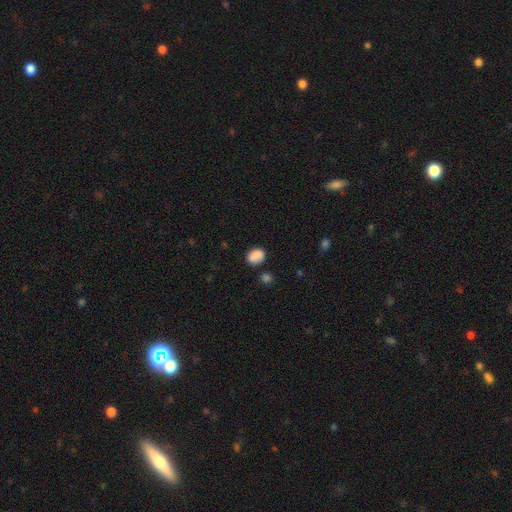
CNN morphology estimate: A smooth galaxy with no disk features (85%) that is in between round and cigar-shaped (58%).

Vote fractions:
- Smooth or featured? smooth: 85% / star or artifact: 9% / featured or disk: 7%
- How rounded? in between: 58% / round: 41% / cigar-shaped: 1%
- Merging? none: 74% / minor disturbance: 16% / merger: 6% / major disturbance: 4%